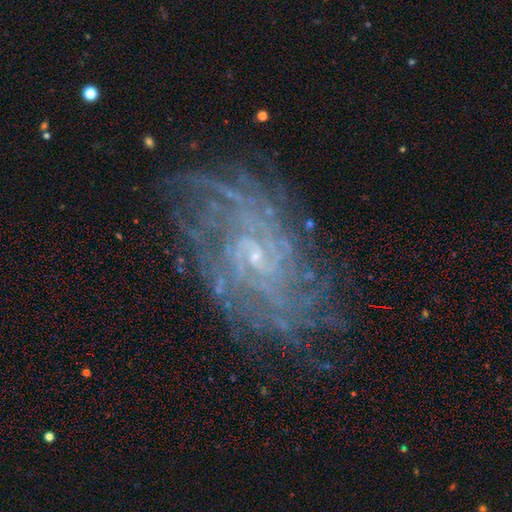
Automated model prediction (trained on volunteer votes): featured or disk 85%, star or artifact 9%, smooth 6%. Down the decision tree: edge-on disk — no (96%); bar — no (51%); spiral arms — yes (95%); spiral arm count — can't tell (39%); spiral winding — tight (64%); bulge size — small (82%); merging — none (77%).